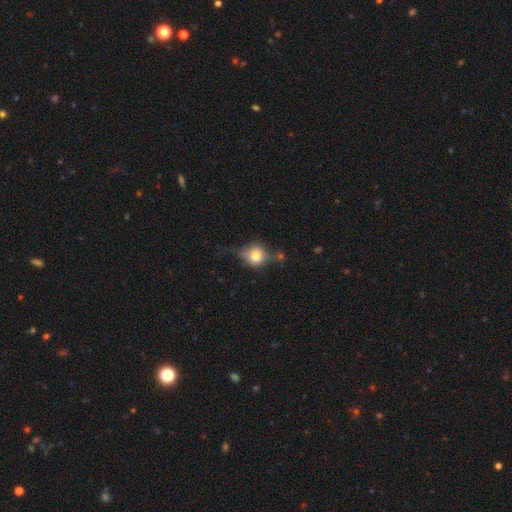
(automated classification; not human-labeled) smooth 56%, featured or disk 33%, star or artifact 10%. Down the decision tree: how rounded — round (72%); merging — none (54%).